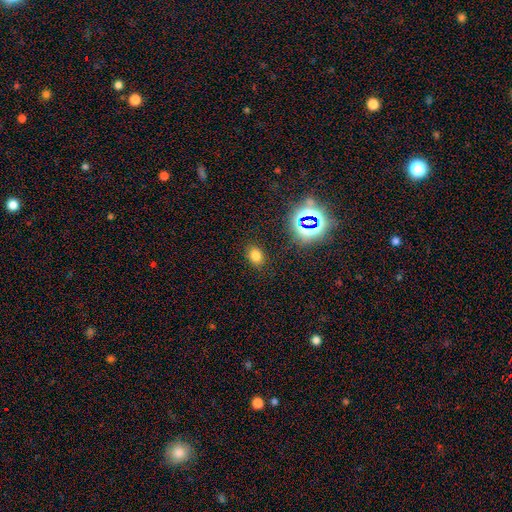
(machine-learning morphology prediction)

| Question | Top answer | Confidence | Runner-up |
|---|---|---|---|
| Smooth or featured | smooth | 73% | star or artifact (20%) |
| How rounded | in between | 63% | round (36%) |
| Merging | none | 86% | minor disturbance (9%) |